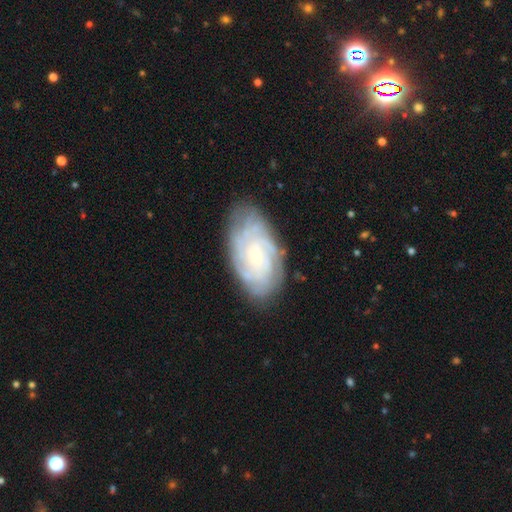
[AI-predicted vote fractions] The model was most divided on "spiral arm count": can't tell: 41%, 4: 22%, 3: 13%, 2: 10%, more than 4: 10%, 1: 5%. More confident: edge-on disk — no (95%); spiral arms — yes (93%); bulge size — small (79%); smooth or featured — featured or disk (79%); merging — none (77%); spiral winding — tight (74%); bar — no (73%).